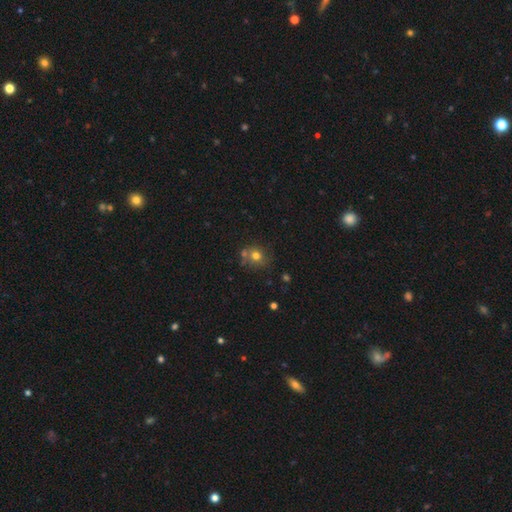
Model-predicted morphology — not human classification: Smooth or featured? smooth (72%)
How rounded? round (79%)
Merging? none (60%)